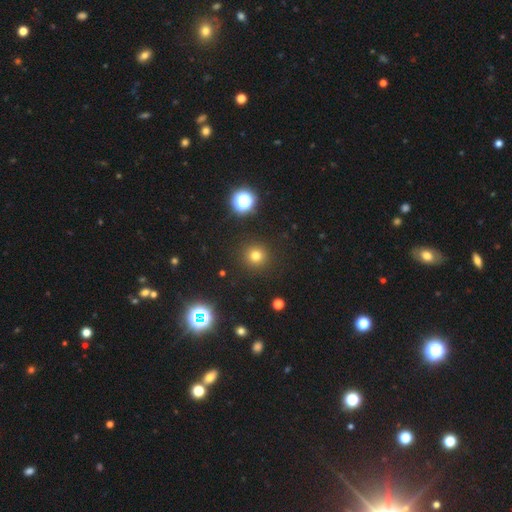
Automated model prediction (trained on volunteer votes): This appears to be a smooth galaxy with no disk features (75%) that is round (95%). Merging: none (92%).